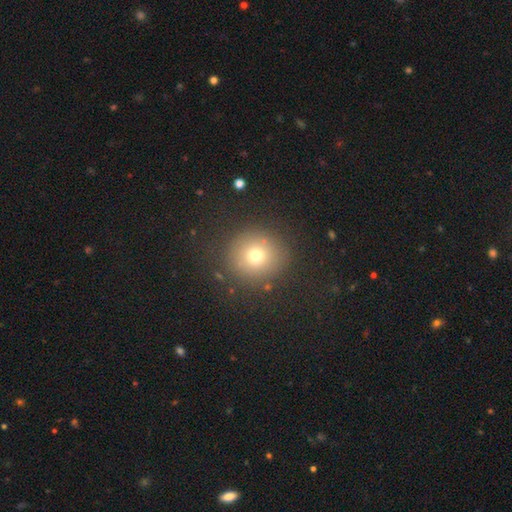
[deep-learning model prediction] A smooth galaxy with no disk features (72%) that is round (91%). Merging: none (86%).